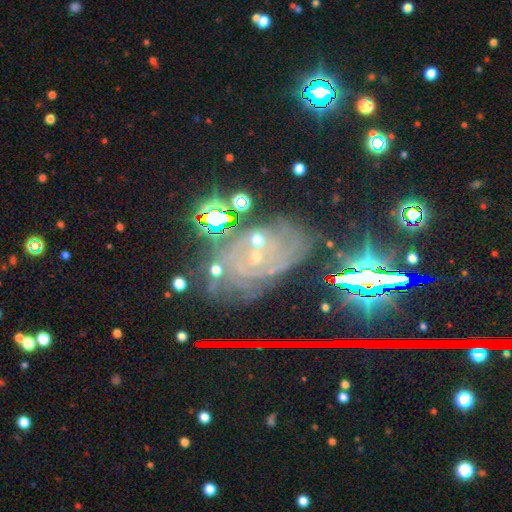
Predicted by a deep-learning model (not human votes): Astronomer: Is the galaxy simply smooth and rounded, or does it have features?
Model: featured or disk — 59%.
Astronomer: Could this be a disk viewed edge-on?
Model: no — 92%.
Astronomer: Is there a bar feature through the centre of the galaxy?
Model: no — 67%.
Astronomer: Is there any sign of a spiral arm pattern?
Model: yes — 87%.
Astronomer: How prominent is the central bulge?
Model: small — 80%.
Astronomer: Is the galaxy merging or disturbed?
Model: none — 72%.